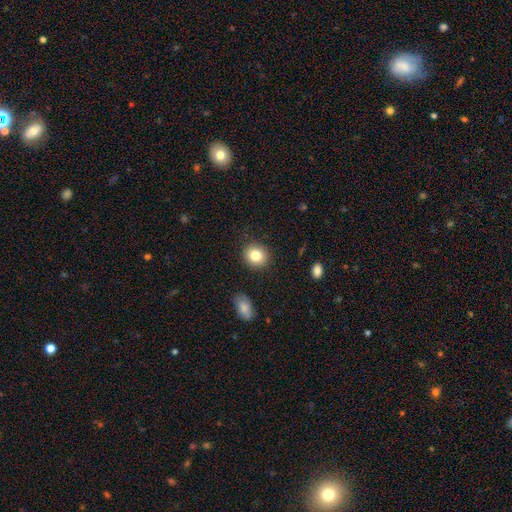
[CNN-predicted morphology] smooth_or_featured: smooth (p=0.83) [alt: star or artifact p=0.09]
how_rounded: round (p=0.77) [alt: in between p=0.22]
merging: none (p=0.89) [alt: minor disturbance p=0.07]